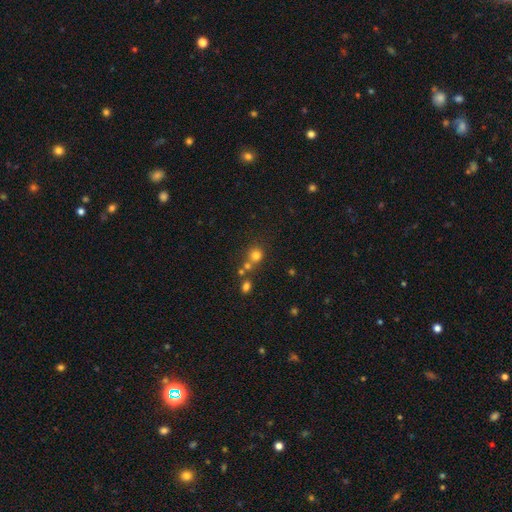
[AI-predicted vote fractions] Smooth or featured: smooth — 75% (star or artifact — 16%)
How rounded: round — 86% (in between — 13%)
Merging: none — 58% (merger — 29%)